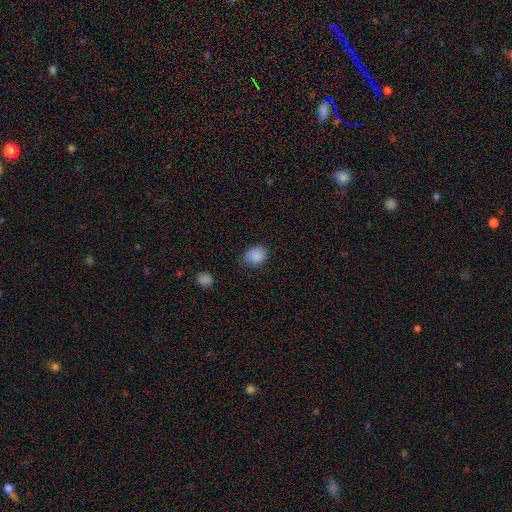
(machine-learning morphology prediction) Smooth or featured? smooth (87%)
How rounded? in between (55%)
Merging? none (74%)